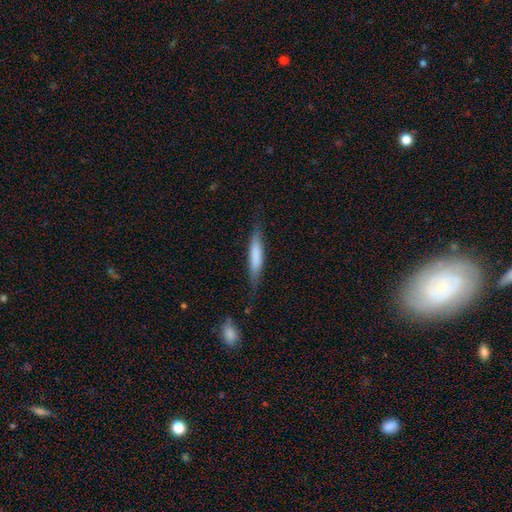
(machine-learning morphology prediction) A smooth galaxy with no disk features (69%) that is cigar-shaped (86%).

Vote fractions:
- Smooth or featured? smooth: 69% / featured or disk: 25% / star or artifact: 6%
- How rounded? cigar-shaped: 86% / in between: 13% / round: 1%
- Merging? none: 74% / minor disturbance: 19% / major disturbance: 5% / merger: 2%